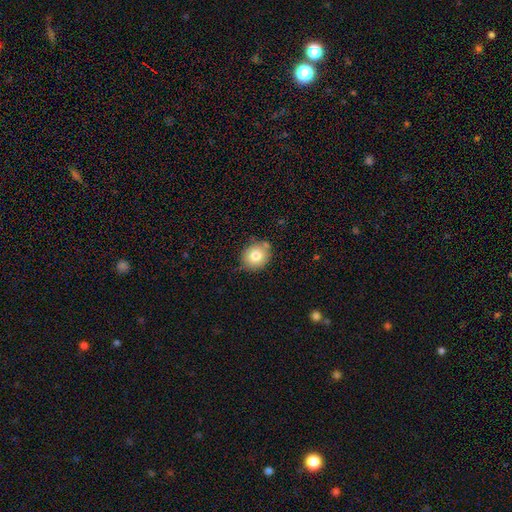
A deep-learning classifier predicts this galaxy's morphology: Overall: smooth (77%). How rounded: round (81%). Merging: none (78%).